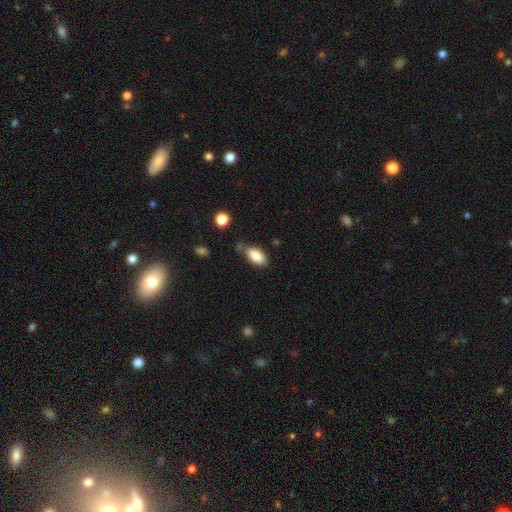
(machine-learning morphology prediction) Smooth or featured? Predicted: smooth (p=0.85). How rounded? Predicted: in between (p=0.91). Merging? Predicted: none (p=0.70).